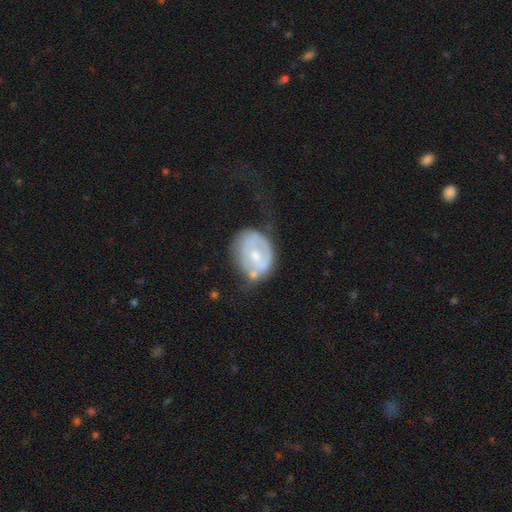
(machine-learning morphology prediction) A featured or disk galaxy (62%) with no bar (60%), spiral arms (51%) and a moderate central bulge (49%). Merging: none (39%).